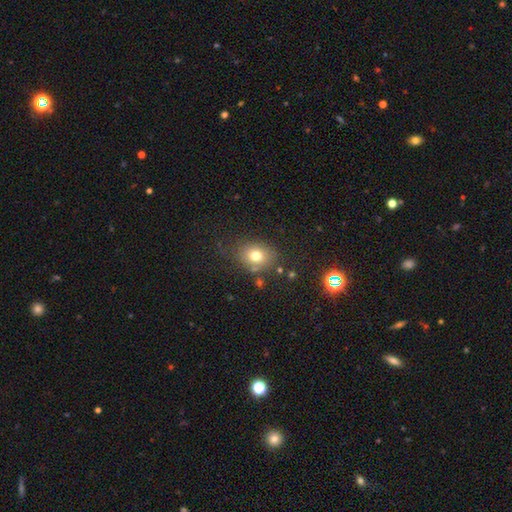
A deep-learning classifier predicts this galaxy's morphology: smooth-or-featured: smooth: 74% | star or artifact: 14% | featured or disk: 12%
  how-rounded: round: 50% | in between: 49% | cigar-shaped: 1%
  merging: none: 75% | minor disturbance: 15% | major disturbance: 5% | merger: 5%